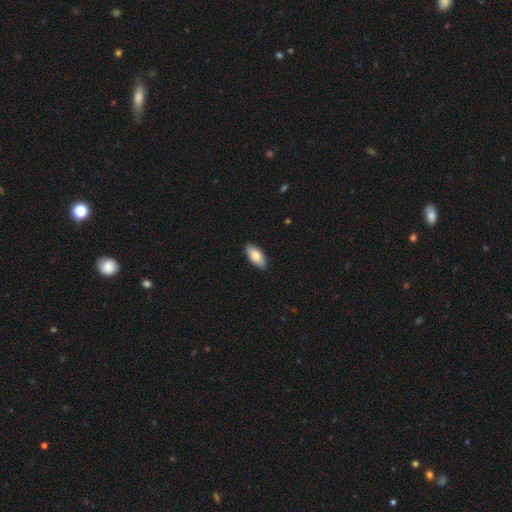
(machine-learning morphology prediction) A smooth galaxy with no disk features (80%) that is in between round and cigar-shaped (89%).

Vote fractions:
- Smooth or featured? smooth: 80% / featured or disk: 15% / star or artifact: 6%
- How rounded? in between: 89% / cigar-shaped: 9% / round: 2%
- Merging? none: 89% / minor disturbance: 9% / major disturbance: 2% / merger: 1%